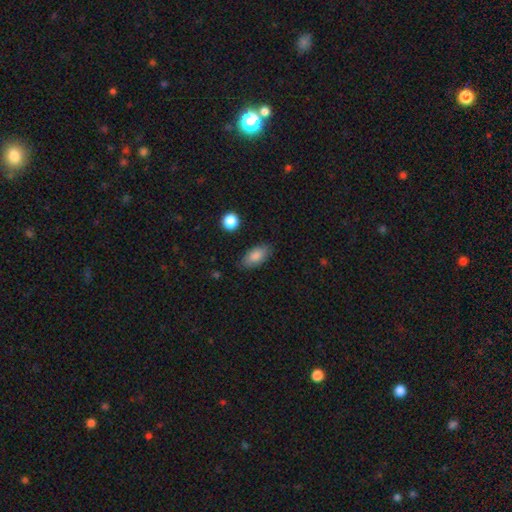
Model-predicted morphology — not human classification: Smooth or featured: smooth — 85% (featured or disk — 9%)
How rounded: in between — 91% (cigar-shaped — 6%)
Merging: none — 82% (minor disturbance — 14%)